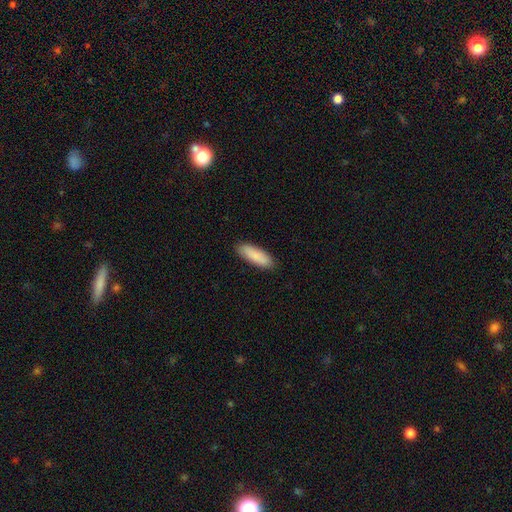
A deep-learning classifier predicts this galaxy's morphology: The model was most divided on "how rounded": in between: 58%, cigar-shaped: 40%, round: 2%. More confident: smooth or featured — smooth (88%); merging — none (88%).